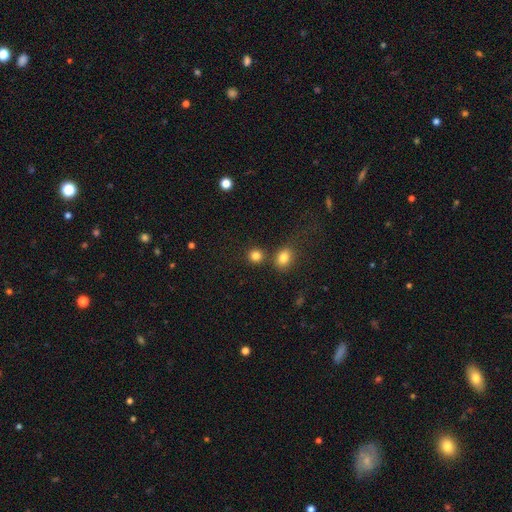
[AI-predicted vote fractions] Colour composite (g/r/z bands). It shows a smooth galaxy with no disk features (83%) that is round (87%). Merging: none (75%).